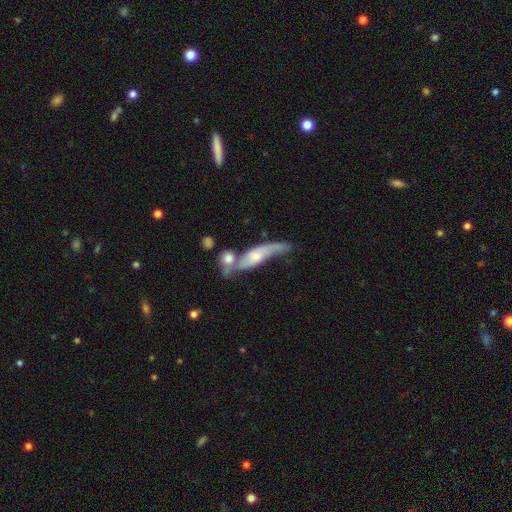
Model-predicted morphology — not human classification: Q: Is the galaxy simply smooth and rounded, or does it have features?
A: featured or disk — 61%.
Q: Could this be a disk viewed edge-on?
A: no — 61%.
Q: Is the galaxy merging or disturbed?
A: merger — 45%.